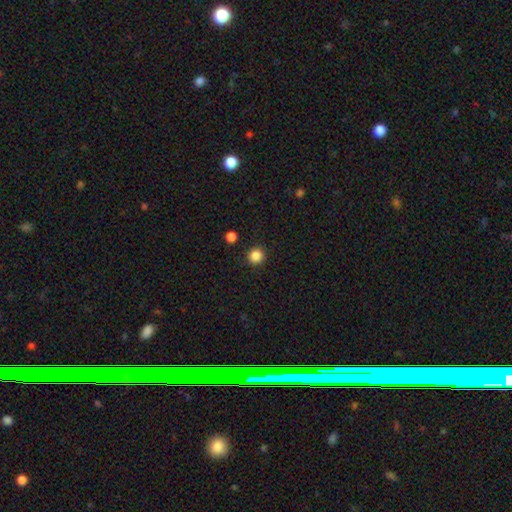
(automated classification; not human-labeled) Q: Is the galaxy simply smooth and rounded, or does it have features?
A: smooth — 86%.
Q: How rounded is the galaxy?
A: round — 94%.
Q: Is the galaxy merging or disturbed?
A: none — 91%.